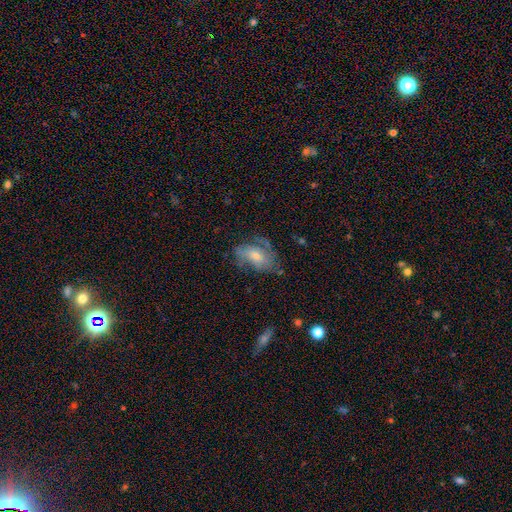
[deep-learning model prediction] A smooth galaxy with no disk features (50%). Merging: none (50%).